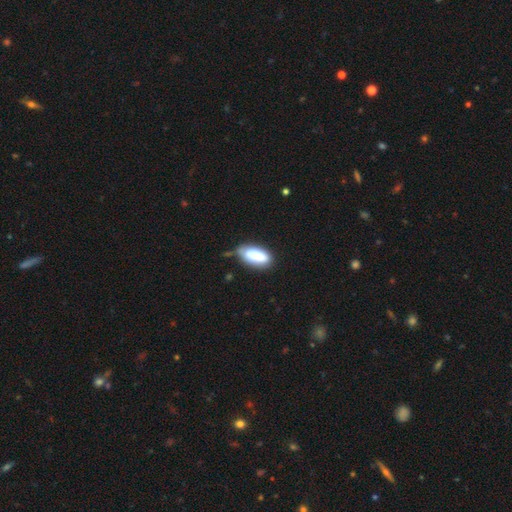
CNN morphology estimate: type=smooth (85%); roundness=in between (87%); merging=none (58%).